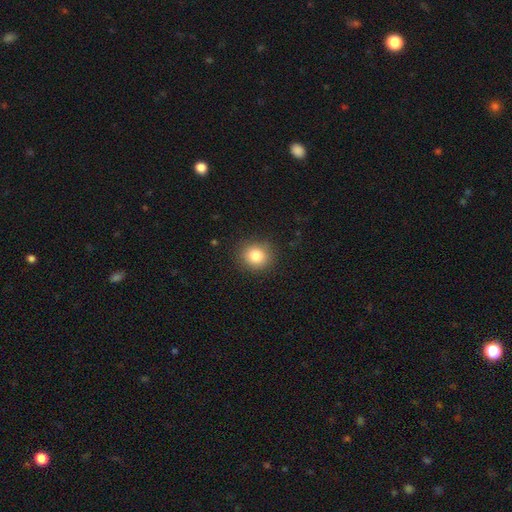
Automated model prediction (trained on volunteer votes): Overall: smooth (83%). How rounded: round (81%). Merging: none (89%).